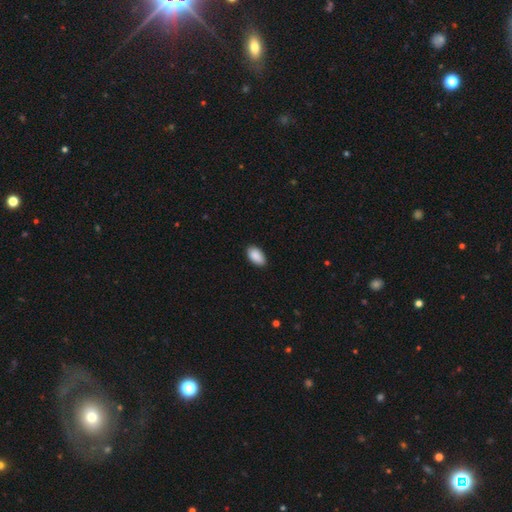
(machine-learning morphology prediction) The model was most divided on "merging": none: 88%, minor disturbance: 9%, major disturbance: 2%, merger: 1%. More confident: how rounded — in between (95%); smooth or featured — smooth (91%).